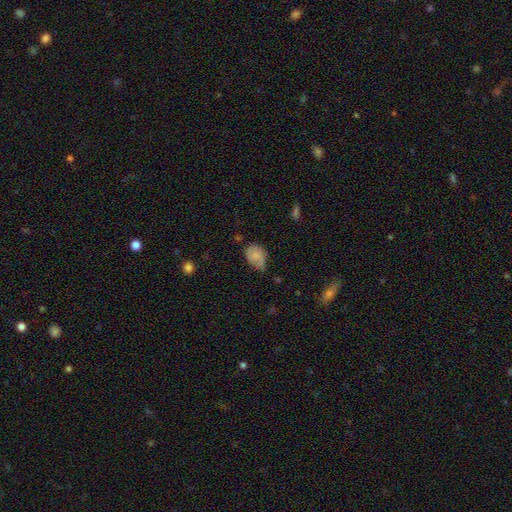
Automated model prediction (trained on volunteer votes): smooth 74%, featured or disk 17%, star or artifact 10%. Down the decision tree: how rounded — in between (73%); merging — minor disturbance (45%).